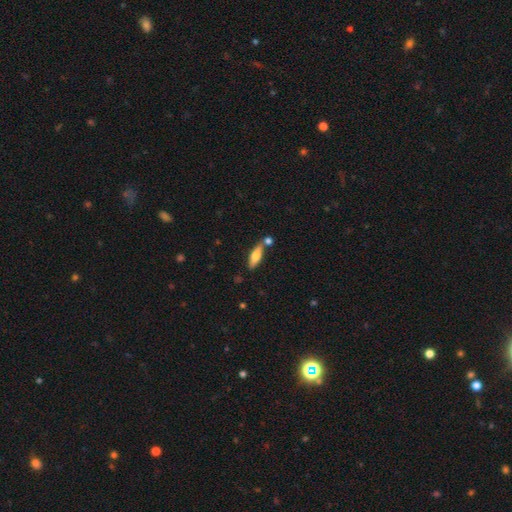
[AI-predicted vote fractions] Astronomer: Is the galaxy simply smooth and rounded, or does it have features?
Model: smooth — 61%.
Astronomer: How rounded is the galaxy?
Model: cigar-shaped — 51% (runner-up: in between, 46%).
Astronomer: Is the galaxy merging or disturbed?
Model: none — 69%.